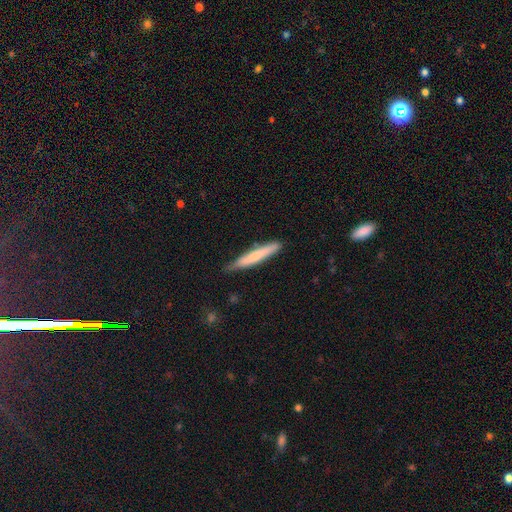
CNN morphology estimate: Q: Smooth or featured?
A: smooth (66%); runner-up: featured or disk (28%)
Q: How rounded?
A: cigar-shaped (94%); runner-up: in between (5%)
Q: Merging?
A: none (80%); runner-up: minor disturbance (17%)